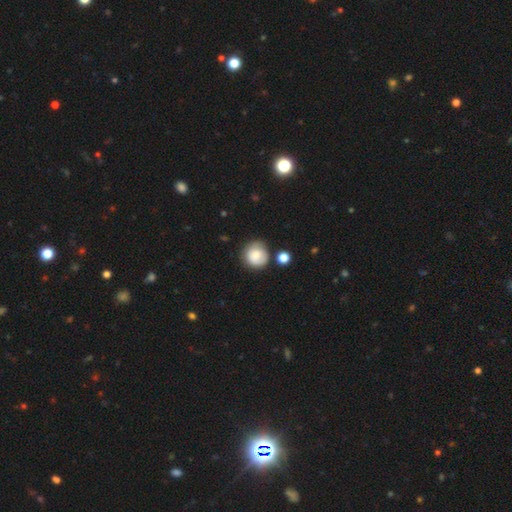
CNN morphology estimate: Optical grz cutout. It shows a smooth galaxy with no disk features (77%) that is round (90%). Merging: none (66%).